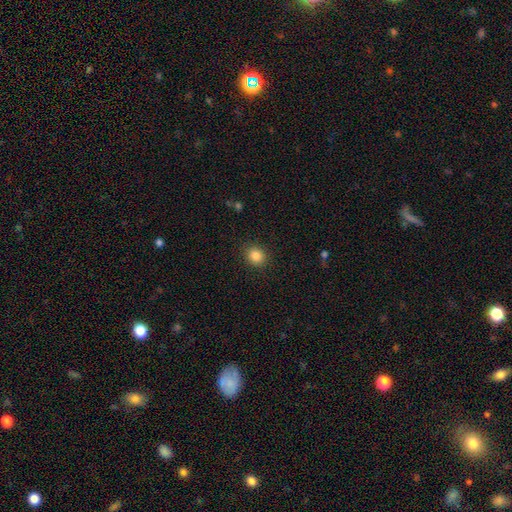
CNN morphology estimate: A smooth galaxy with no disk features (85%) that is round (77%).

Vote fractions:
- Smooth or featured? smooth: 85% / star or artifact: 10% / featured or disk: 5%
- How rounded? round: 77% / in between: 22% / cigar-shaped: 1%
- Merging? none: 90% / minor disturbance: 7% / major disturbance: 2% / merger: 1%